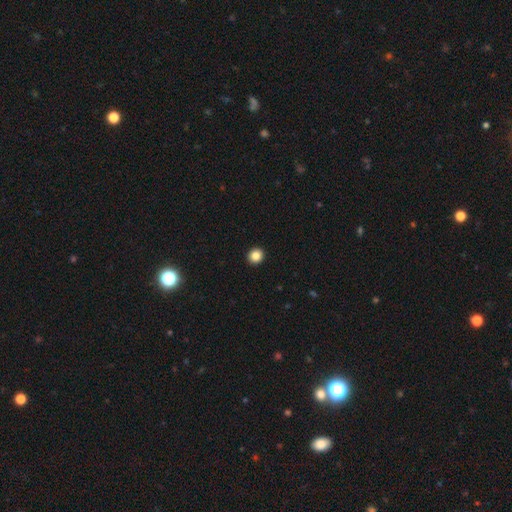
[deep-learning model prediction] smooth 85%, star or artifact 10%, featured or disk 4%. Down the decision tree: how rounded — round (89%); merging — none (94%).